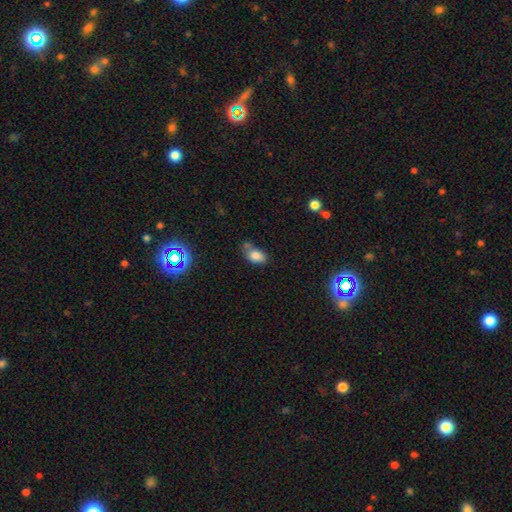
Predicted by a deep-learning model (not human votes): Morphology: type=smooth (81%); roundness=in between (85%); merging=none (45%).